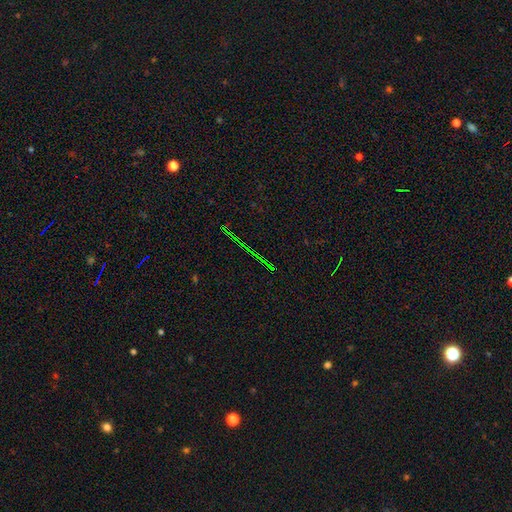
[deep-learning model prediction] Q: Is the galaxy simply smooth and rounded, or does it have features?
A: star or artifact — 73%.